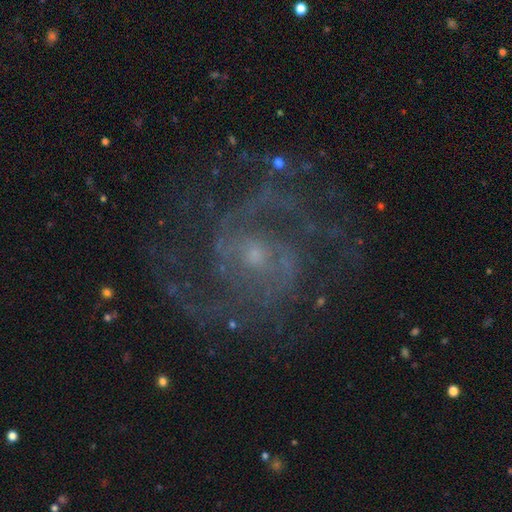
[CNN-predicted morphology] Q: Smooth or featured?
A: featured or disk (89%); runner-up: star or artifact (7%)
Q: Edge-on disk?
A: no (98%); runner-up: yes (2%)
Q: Bar?
A: no (51%); runner-up: weak (39%)
Q: Spiral arms?
A: yes (98%); runner-up: no (2%)
Q: Spiral winding?
A: medium (51%); runner-up: tight (38%)
Q: Spiral arm count?
A: 2 (70%); runner-up: can't tell (10%)
Q: Bulge size?
A: small (70%); runner-up: moderate (23%)
Q: Merging?
A: none (76%); runner-up: minor disturbance (13%)